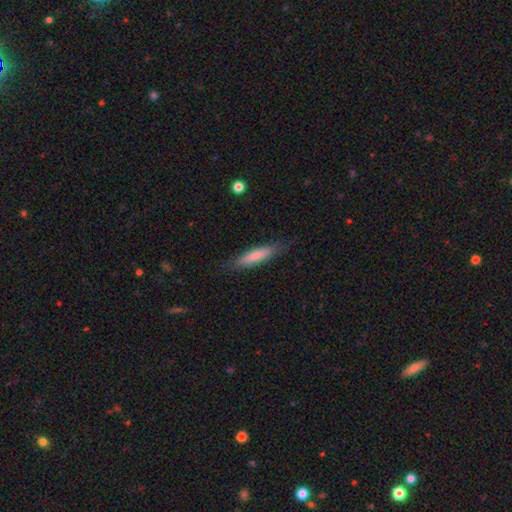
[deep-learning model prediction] A smooth galaxy with no disk features (76%) that is cigar-shaped (82%).

Vote fractions:
- Smooth or featured? smooth: 76% / featured or disk: 18% / star or artifact: 6%
- How rounded? cigar-shaped: 82% / in between: 16% / round: 1%
- Merging? none: 84% / minor disturbance: 12% / major disturbance: 3% / merger: 1%